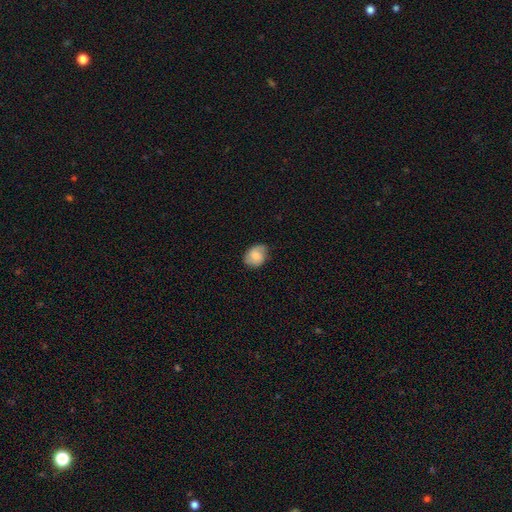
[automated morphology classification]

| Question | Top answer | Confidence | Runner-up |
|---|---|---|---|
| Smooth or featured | smooth | 62% | featured or disk (30%) |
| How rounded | in between | 54% | round (45%) |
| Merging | none | 72% | minor disturbance (22%) |